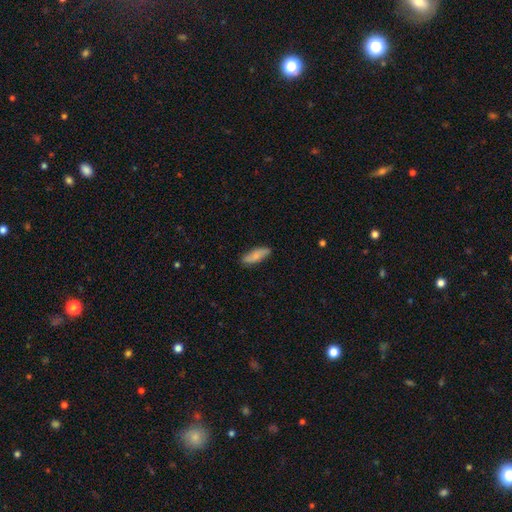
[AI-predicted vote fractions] Smooth or featured? smooth (73%)
How rounded? in between (60%)
Merging? none (84%)